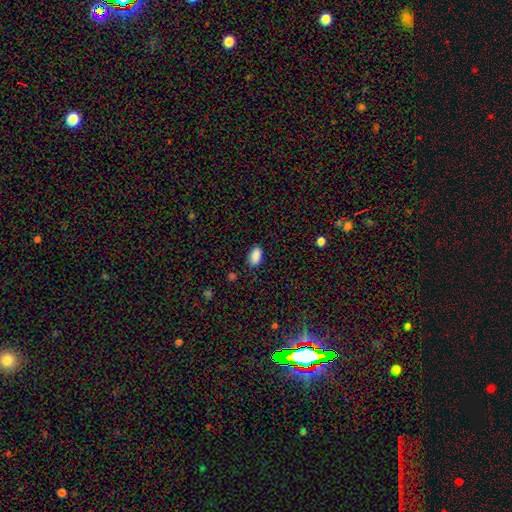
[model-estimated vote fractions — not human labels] The model was most divided on "merging": none: 82%, minor disturbance: 14%, major disturbance: 3%, merger: 1%. More confident: how rounded — in between (93%); smooth or featured — smooth (88%).